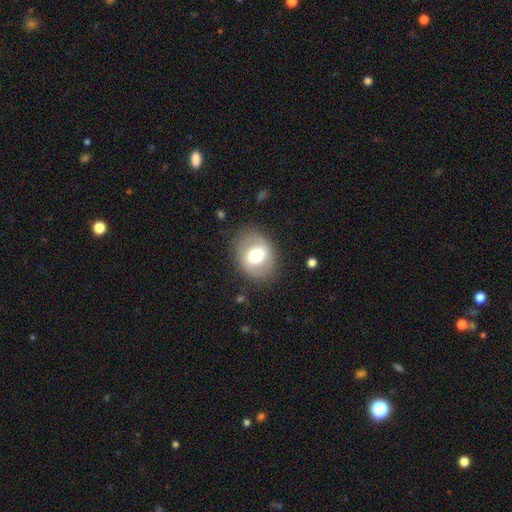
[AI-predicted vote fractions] Morphology: type=smooth (54%); roundness=in between (55%); merging=none (80%).